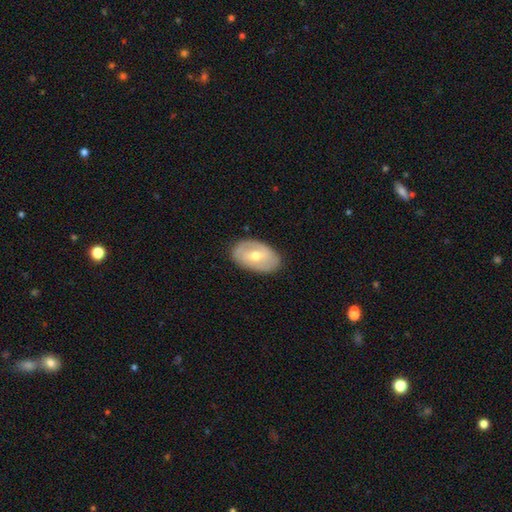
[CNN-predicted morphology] Q: Smooth or featured?
A: featured or disk (60%); runner-up: smooth (34%)
Q: Edge-on disk?
A: no (92%); runner-up: yes (8%)
Q: Bar?
A: weak (47%); runner-up: no (33%)
Q: Spiral arms?
A: yes (62%); runner-up: no (38%)
Q: Bulge size?
A: moderate (62%); runner-up: small (34%)
Q: Merging?
A: none (84%); runner-up: minor disturbance (12%)